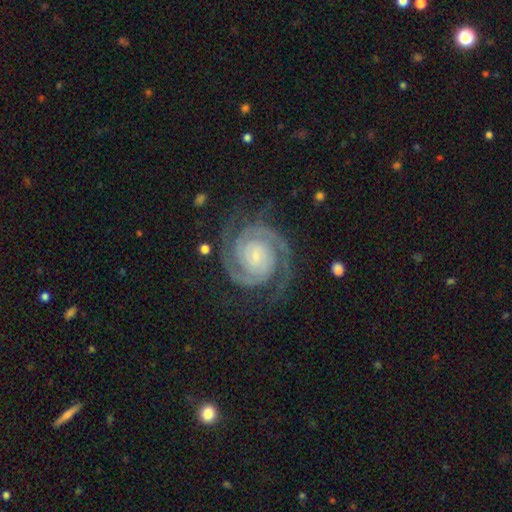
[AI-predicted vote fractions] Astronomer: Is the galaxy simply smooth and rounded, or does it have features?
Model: featured or disk — 93%.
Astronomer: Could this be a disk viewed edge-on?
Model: no — 98%.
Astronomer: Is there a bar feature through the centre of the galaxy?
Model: no — 64%.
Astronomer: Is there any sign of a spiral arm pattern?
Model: yes — 99%.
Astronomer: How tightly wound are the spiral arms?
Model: tight — 71%.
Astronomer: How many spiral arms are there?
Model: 2 — 87%.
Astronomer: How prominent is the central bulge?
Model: small — 65%.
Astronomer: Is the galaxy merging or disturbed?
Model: none — 80%.